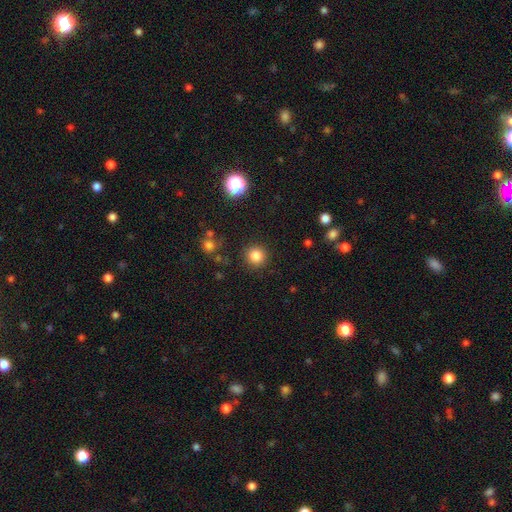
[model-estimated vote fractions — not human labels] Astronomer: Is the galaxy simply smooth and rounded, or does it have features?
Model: smooth — 83%.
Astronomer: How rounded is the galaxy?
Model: round — 94%.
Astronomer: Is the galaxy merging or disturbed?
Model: none — 89%.